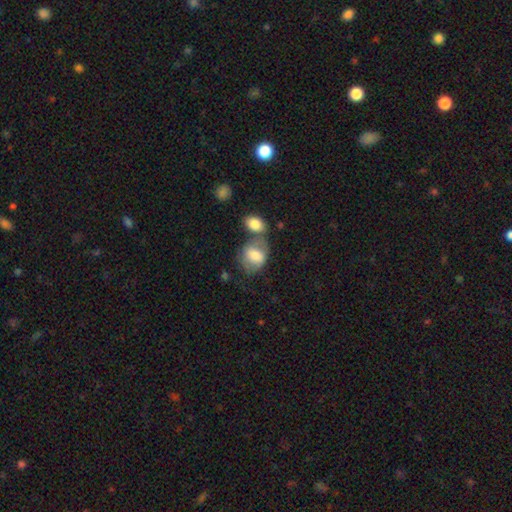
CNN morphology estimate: Smooth or featured? Predicted: smooth (p=0.68). How rounded? Predicted: in between (p=0.54). Merging? Predicted: none (p=0.39).